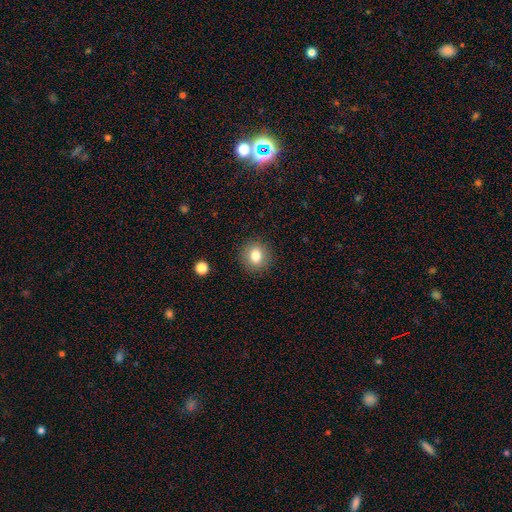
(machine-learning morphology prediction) This is clearly a smooth galaxy (82%). How rounded: likely round (80%). Merging: clearly none (89%).